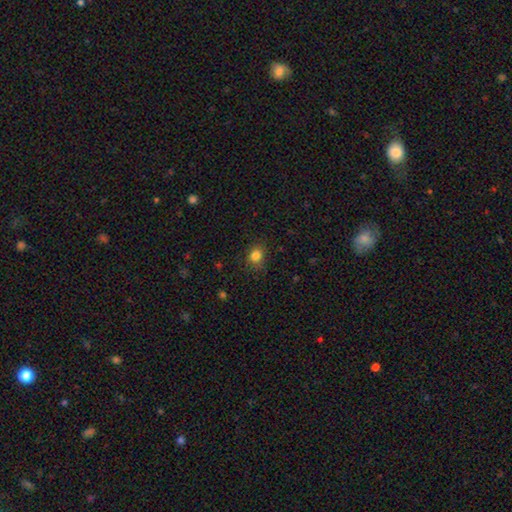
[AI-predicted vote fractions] smooth-or-featured: smooth: 83% | star or artifact: 12% | featured or disk: 5%
  how-rounded: round: 66% | in between: 33% | cigar-shaped: 1%
  merging: none: 83% | minor disturbance: 12% | major disturbance: 3% | merger: 1%